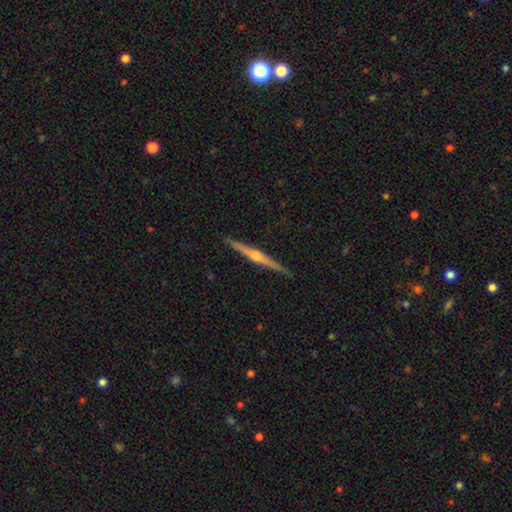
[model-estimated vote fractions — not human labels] featured or disk 82%, smooth 13%, star or artifact 5%. Down the decision tree: edge-on disk — yes (99%); edge-on bulge — rounded (86%); merging — none (92%).